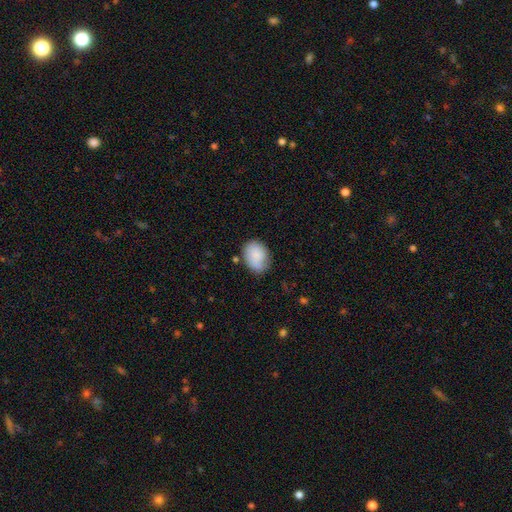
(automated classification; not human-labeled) Overall: smooth (79%). How rounded: in between (66%; round 33%). Merging: none (60%; minor disturbance 28%).